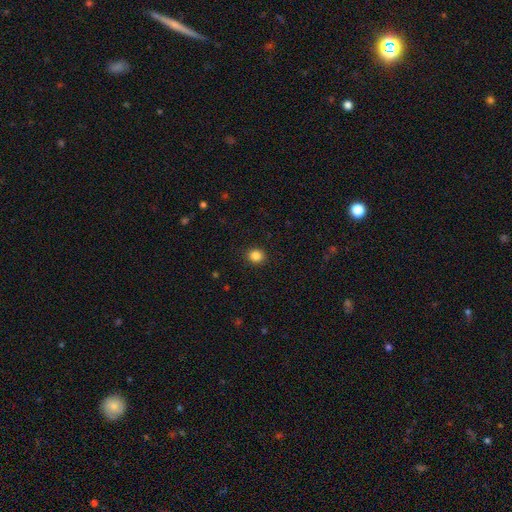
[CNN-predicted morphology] Smooth or featured? Predicted: smooth (p=0.85). How rounded? Predicted: round (p=0.73). Merging? Predicted: none (p=0.91).